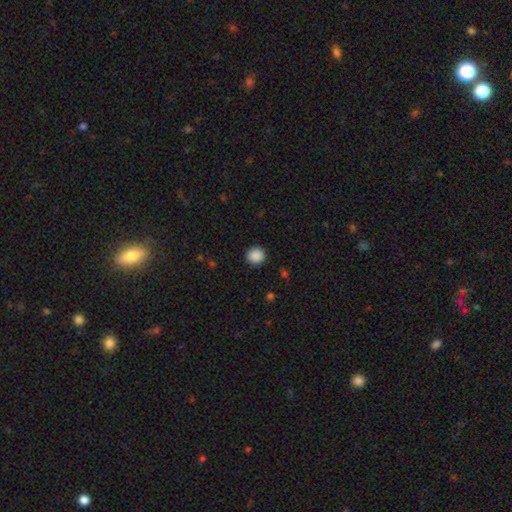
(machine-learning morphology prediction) smooth-or-featured: smooth: 89% | star or artifact: 9% | featured or disk: 2%
  how-rounded: round: 92% | in between: 7% | cigar-shaped: 1%
  merging: none: 92% | minor disturbance: 5% | major disturbance: 2% | merger: 1%